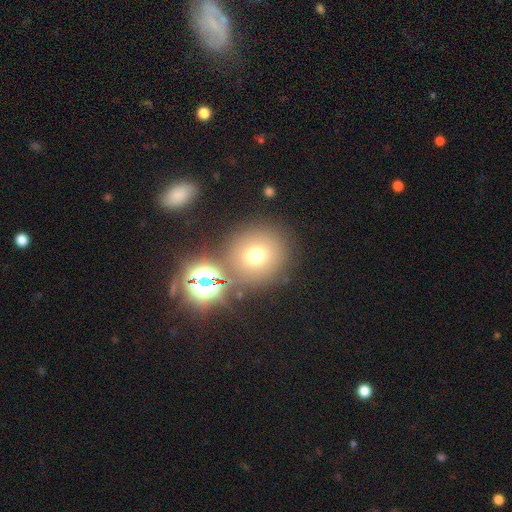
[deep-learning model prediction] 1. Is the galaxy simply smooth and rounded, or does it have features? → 68% smooth, 20% star or artifact, 12% featured or disk.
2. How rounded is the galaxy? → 88% round, 11% in between, 1% cigar-shaped.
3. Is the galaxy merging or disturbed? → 73% none, 12% merger, 9% minor disturbance, 5% major disturbance.